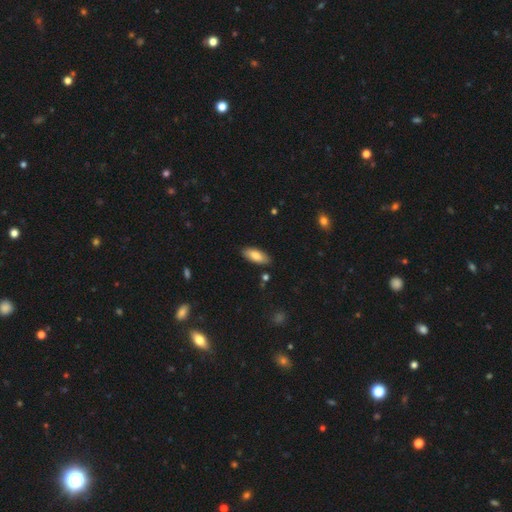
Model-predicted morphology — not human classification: A smooth galaxy with no disk features (81%) that is in between round and cigar-shaped (82%). Merging: none (85%).